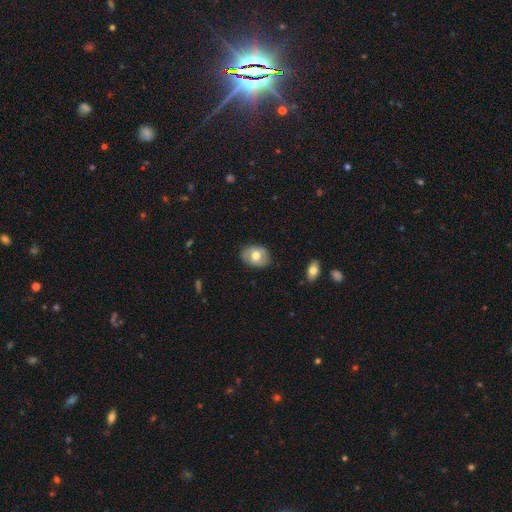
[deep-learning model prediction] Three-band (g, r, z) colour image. It shows a smooth galaxy with no disk features (62%) that is in between round and cigar-shaped (65%). Merging: none (83%).